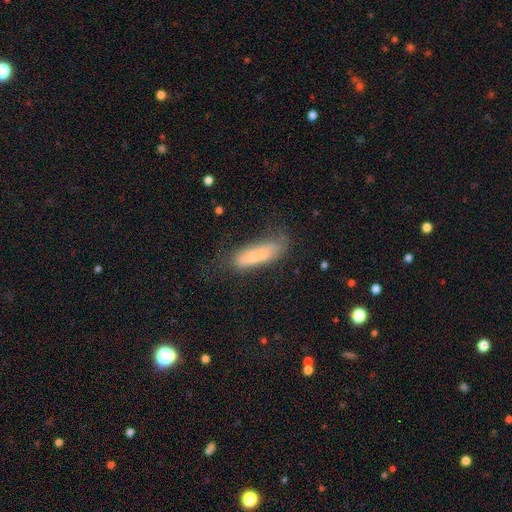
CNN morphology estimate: The model was most divided on "merging": none: 52%, minor disturbance: 29%, major disturbance: 16%, merger: 3%. More confident: smooth or featured — smooth (72%); how rounded — cigar-shaped (63%).